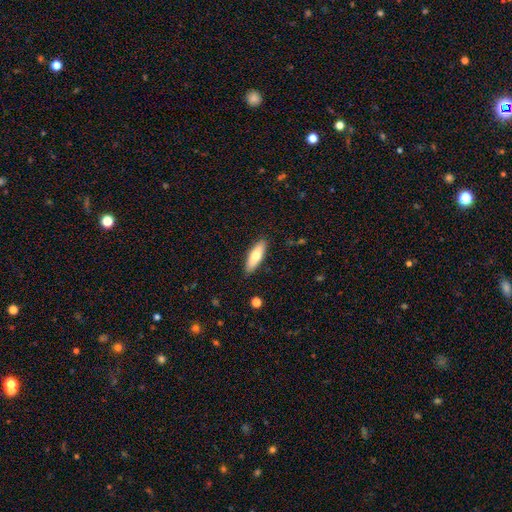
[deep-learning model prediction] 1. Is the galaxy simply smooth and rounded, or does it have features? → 70% smooth, 24% featured or disk, 6% star or artifact.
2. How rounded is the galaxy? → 55% in between, 43% cigar-shaped, 2% round.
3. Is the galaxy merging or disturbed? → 88% none, 9% minor disturbance, 2% major disturbance, 1% merger.